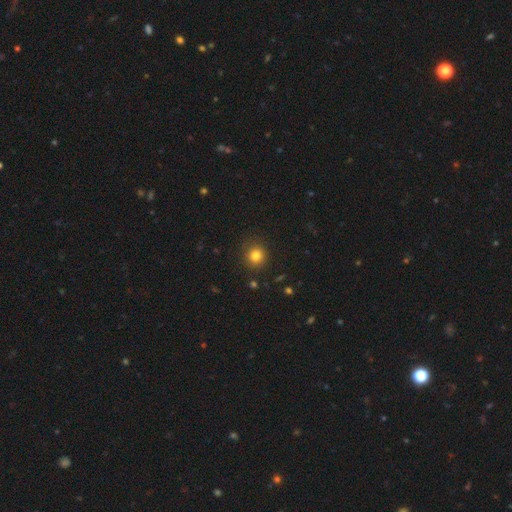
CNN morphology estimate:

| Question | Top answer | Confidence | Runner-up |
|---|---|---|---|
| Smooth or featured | smooth | 81% | star or artifact (13%) |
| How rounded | round | 89% | in between (10%) |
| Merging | none | 88% | minor disturbance (8%) |